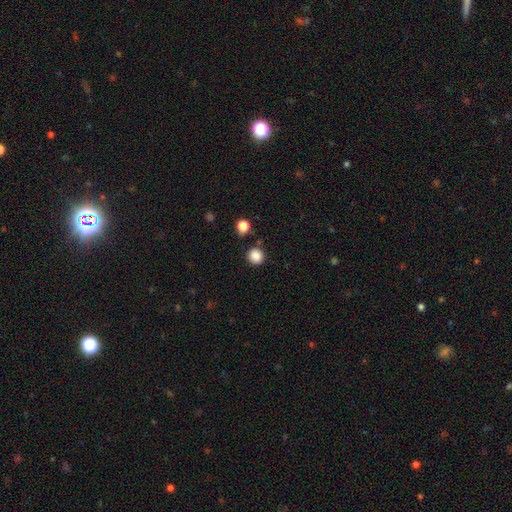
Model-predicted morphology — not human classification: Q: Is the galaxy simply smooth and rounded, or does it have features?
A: smooth — 86%.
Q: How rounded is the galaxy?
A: round — 90%.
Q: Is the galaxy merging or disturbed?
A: none — 84%.